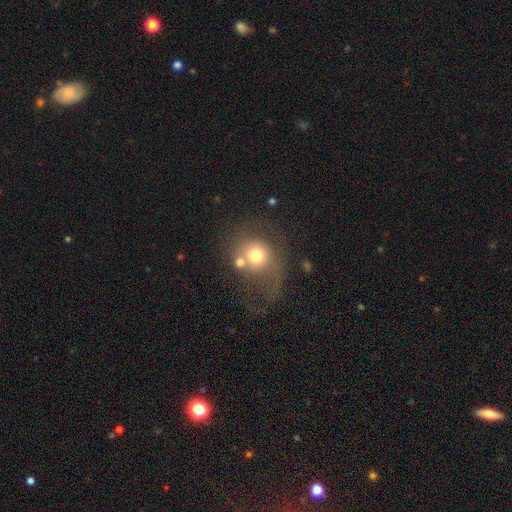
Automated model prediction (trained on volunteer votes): A smooth galaxy with no disk features (57%) that is round (78%). Merging: none (34%).